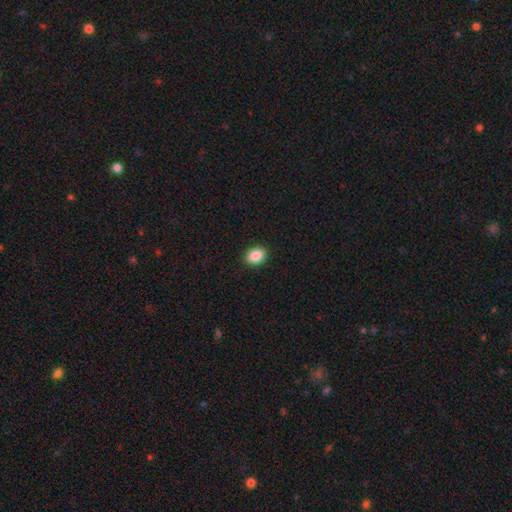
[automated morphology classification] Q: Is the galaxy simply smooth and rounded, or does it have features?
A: smooth — 87%.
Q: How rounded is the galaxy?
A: in between — 63%.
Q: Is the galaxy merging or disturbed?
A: none — 91%.